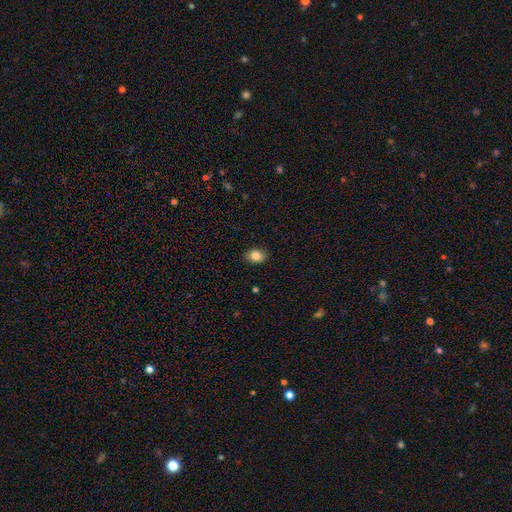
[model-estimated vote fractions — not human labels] smooth 86%, star or artifact 9%, featured or disk 5%. Down the decision tree: how rounded — in between (67%); merging — none (87%).